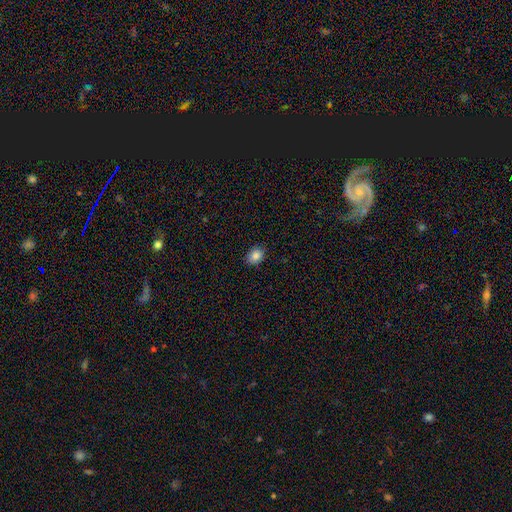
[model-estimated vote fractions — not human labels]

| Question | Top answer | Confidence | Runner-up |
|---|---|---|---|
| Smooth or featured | smooth | 85% | star or artifact (9%) |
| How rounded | in between | 65% | round (34%) |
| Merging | none | 87% | minor disturbance (10%) |